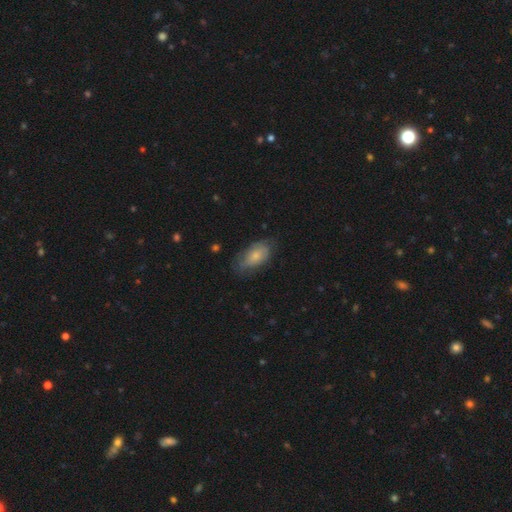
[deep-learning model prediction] smooth 69%, featured or disk 25%, star or artifact 7%. Down the decision tree: how rounded — in between (92%); merging — none (58%).